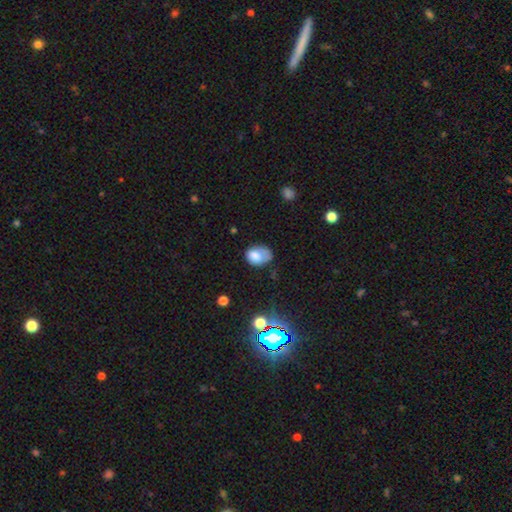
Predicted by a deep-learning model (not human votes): Smooth or featured? Predicted: smooth (p=0.74). How rounded? Predicted: in between (p=0.74). Merging? Predicted: none (p=0.42).